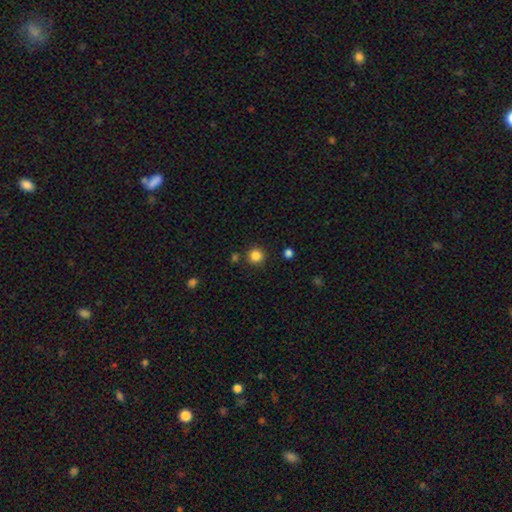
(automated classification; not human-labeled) Morphology: type=smooth (84%); roundness=round (94%); merging=none (86%).